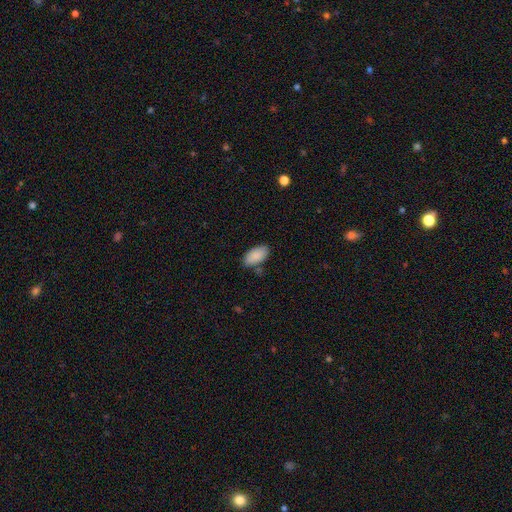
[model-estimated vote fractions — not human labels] Smooth or featured: smooth — 89% (star or artifact — 6%)
How rounded: in between — 95% (cigar-shaped — 3%)
Merging: none — 77% (minor disturbance — 15%)